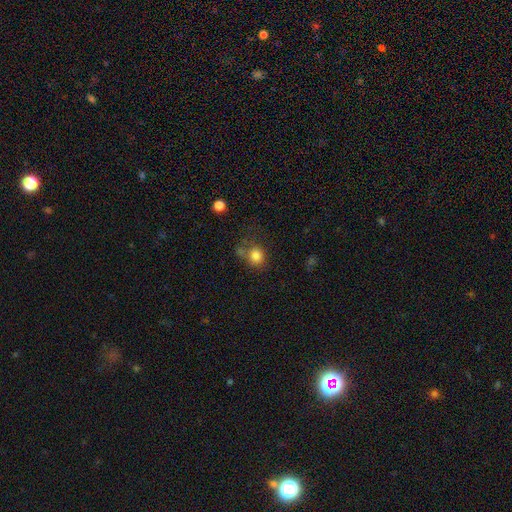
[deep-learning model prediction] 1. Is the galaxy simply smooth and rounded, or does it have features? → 82% smooth, 11% star or artifact, 6% featured or disk.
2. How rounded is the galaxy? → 84% round, 15% in between, 1% cigar-shaped.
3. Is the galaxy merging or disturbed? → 61% none, 18% minor disturbance, 12% merger, 8% major disturbance.